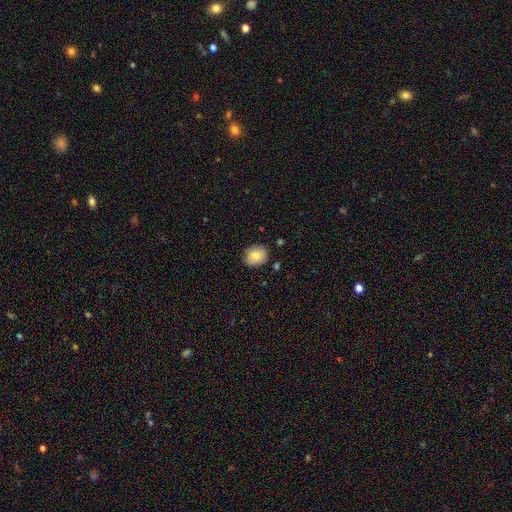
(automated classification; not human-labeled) A smooth galaxy with no disk features (82%) that is in between round and cigar-shaped (50%).

Vote fractions:
- Smooth or featured? smooth: 82% / featured or disk: 10% / star or artifact: 8%
- How rounded? in between: 50% / round: 49% / cigar-shaped: 1%
- Merging? none: 83% / minor disturbance: 12% / major disturbance: 2% / merger: 2%